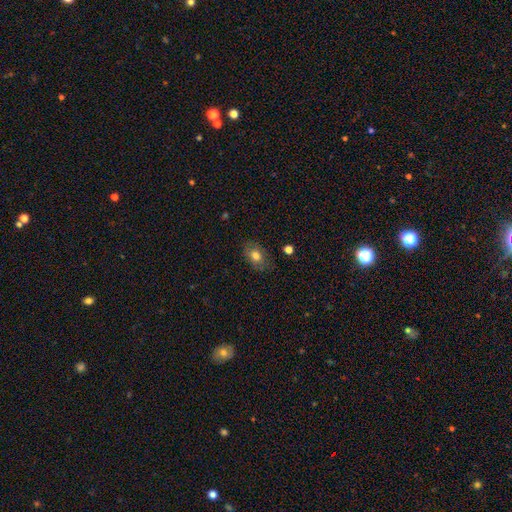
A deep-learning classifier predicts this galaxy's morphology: smooth 76%, featured or disk 15%, star or artifact 10%. Down the decision tree: how rounded — in between (79%); merging — none (79%).